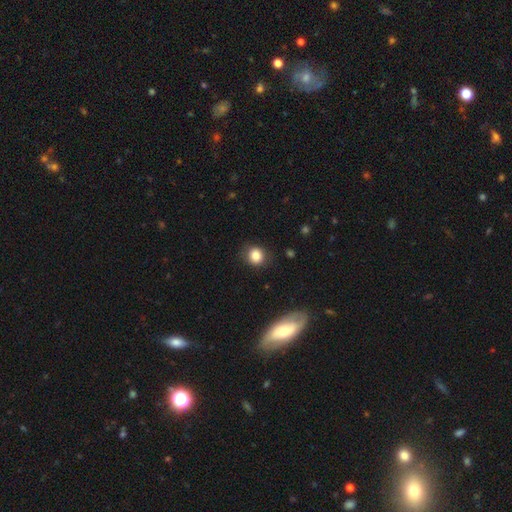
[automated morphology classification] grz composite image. It shows a smooth galaxy with no disk features (83%) that is round (78%). Merging: none (84%).